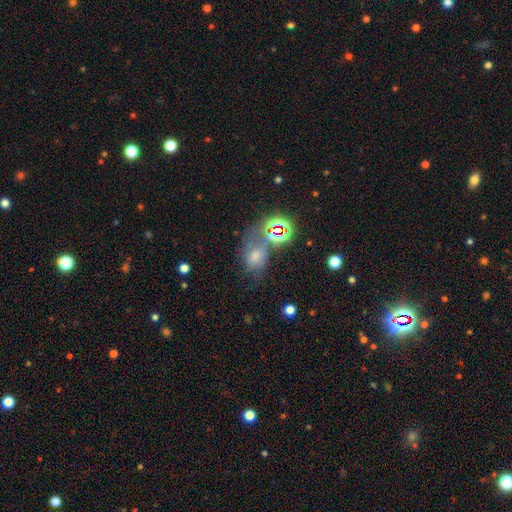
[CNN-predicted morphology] smooth-or-featured: smooth: 51% | star or artifact: 30% | featured or disk: 19%
  how-rounded: in between: 68% | round: 30% | cigar-shaped: 2%
  merging: none: 35% | merger: 22% | major disturbance: 21% | minor disturbance: 21%